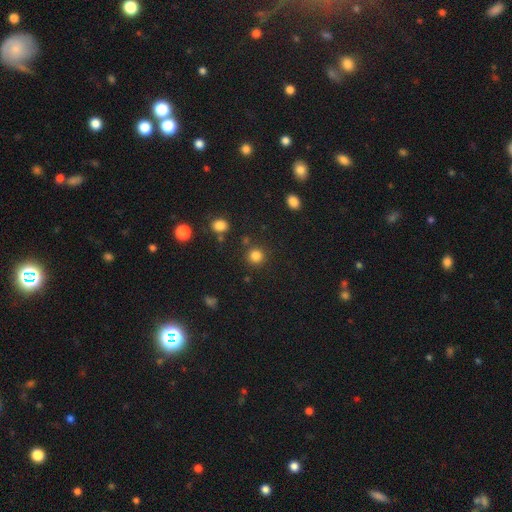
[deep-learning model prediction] Smooth or featured?
  - smooth: 82% *
  - star or artifact: 13%
  - featured or disk: 4%
How rounded?
  - round: 93% *
  - in between: 6%
  - cigar-shaped: 1%
Merging?
  - none: 86% *
  - minor disturbance: 6%
  - merger: 4%
  - major disturbance: 3%